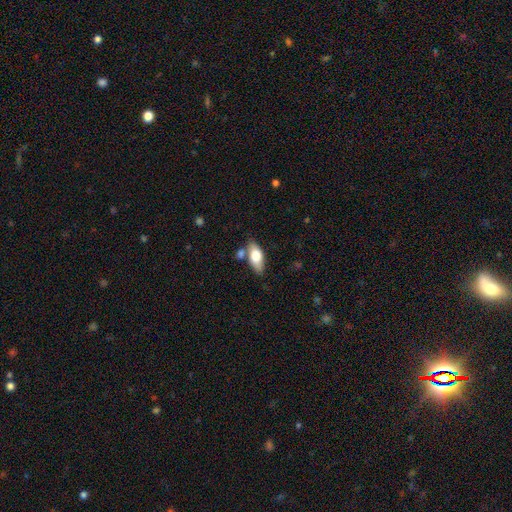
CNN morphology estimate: A smooth galaxy with no disk features (72%) that is in between round and cigar-shaped (86%). Merging: none (67%).